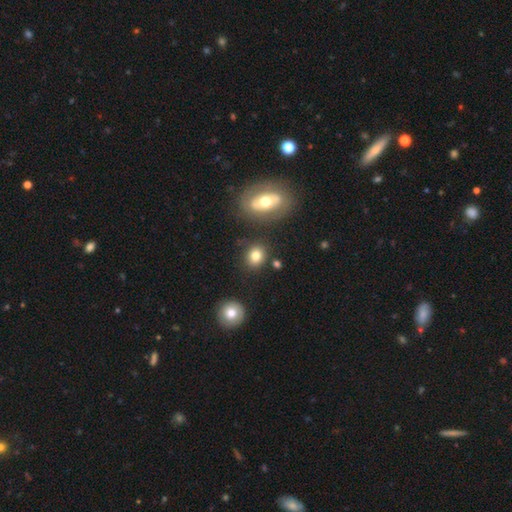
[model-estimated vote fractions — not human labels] Q: Smooth or featured?
A: smooth (80%); runner-up: star or artifact (10%)
Q: How rounded?
A: round (65%); runner-up: in between (34%)
Q: Merging?
A: none (81%); runner-up: minor disturbance (10%)